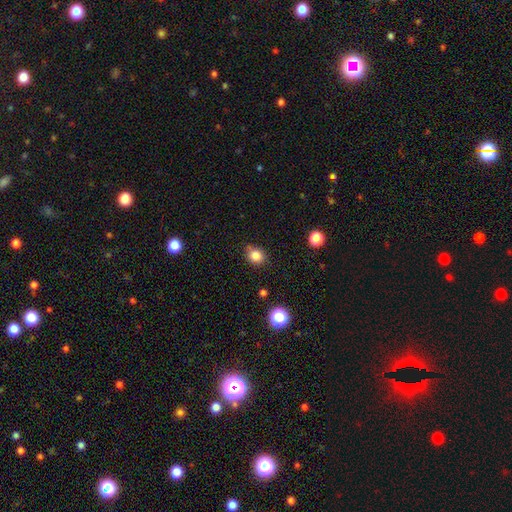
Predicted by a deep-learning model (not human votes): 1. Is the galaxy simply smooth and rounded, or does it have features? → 83% smooth, 12% star or artifact, 5% featured or disk.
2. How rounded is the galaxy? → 73% round, 26% in between, 1% cigar-shaped.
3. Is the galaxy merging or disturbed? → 78% none, 16% minor disturbance, 3% major disturbance, 3% merger.